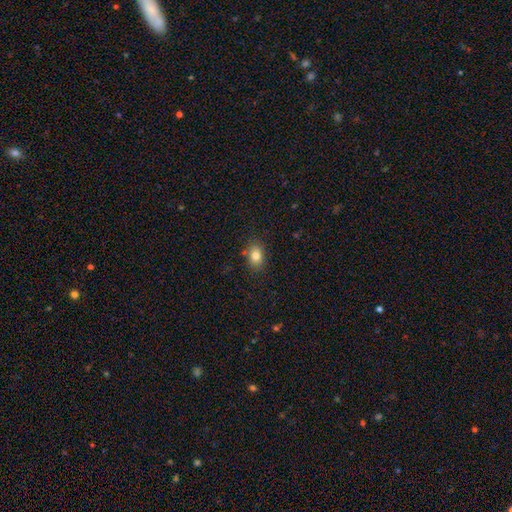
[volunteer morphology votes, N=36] This is clearly a smooth galaxy (89%). How rounded: likely in between (66%). Merging: clearly none (91%).